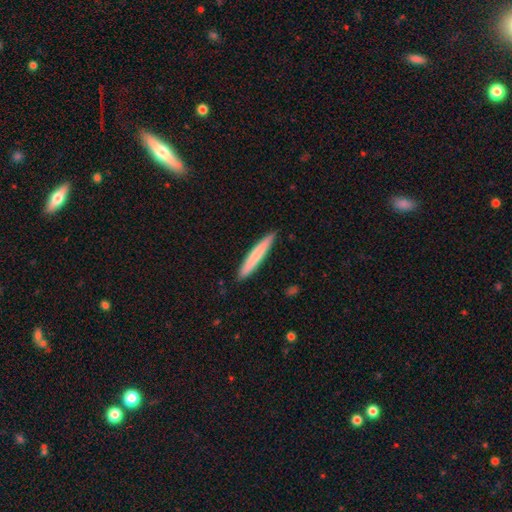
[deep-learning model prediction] Smooth or featured?
  - smooth: 76% *
  - featured or disk: 19%
  - star or artifact: 5%
How rounded?
  - cigar-shaped: 95% *
  - in between: 4%
  - round: 1%
Merging?
  - none: 90% *
  - minor disturbance: 7%
  - major disturbance: 1%
  - merger: 1%